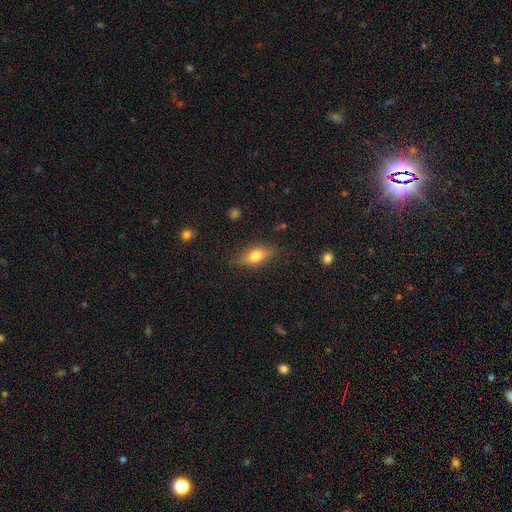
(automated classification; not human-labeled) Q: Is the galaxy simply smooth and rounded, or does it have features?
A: smooth — 57%.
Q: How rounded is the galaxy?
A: in between — 68%.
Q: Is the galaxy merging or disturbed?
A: none — 80%.